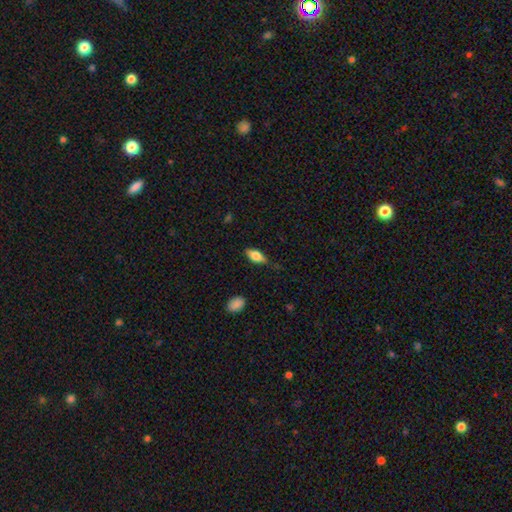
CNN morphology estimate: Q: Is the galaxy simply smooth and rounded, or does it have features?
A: smooth — 71%.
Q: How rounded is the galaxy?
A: in between — 85%.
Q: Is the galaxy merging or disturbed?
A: none — 74%.